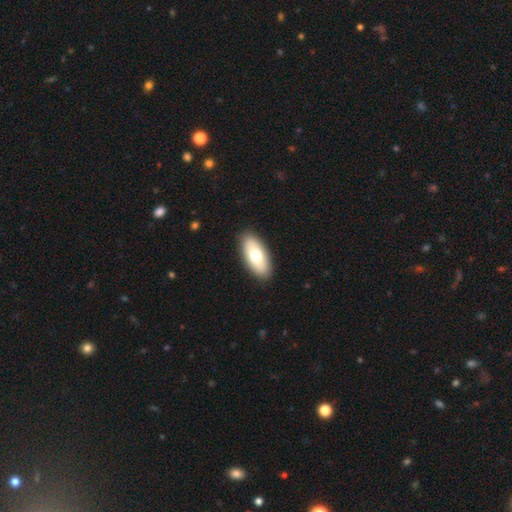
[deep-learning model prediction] A smooth galaxy with no disk features (70%) that is in between round and cigar-shaped (89%).

Vote fractions:
- Smooth or featured? smooth: 70% / featured or disk: 25% / star or artifact: 6%
- How rounded? in between: 89% / cigar-shaped: 8% / round: 2%
- Merging? none: 90% / minor disturbance: 7% / major disturbance: 2% / merger: 1%